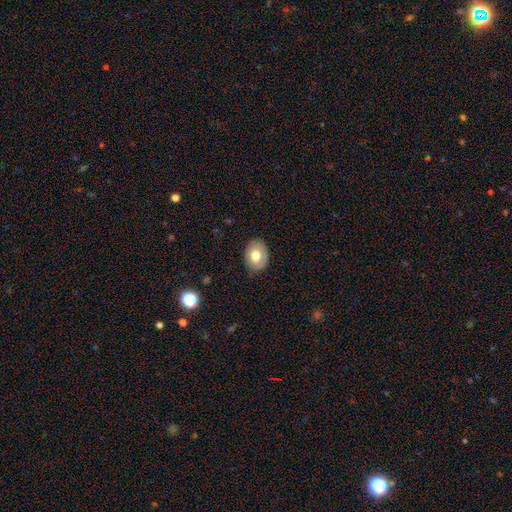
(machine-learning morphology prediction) Overall: smooth (69%). How rounded: in between (72%). Merging: none (82%).